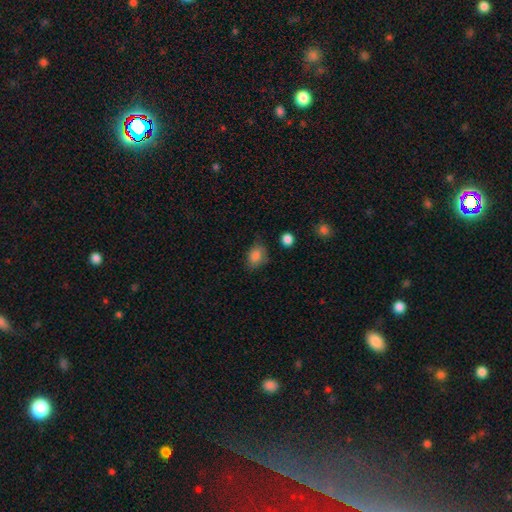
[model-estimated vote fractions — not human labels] Smooth or featured? smooth (85%)
How rounded? in between (70%)
Merging? none (65%)